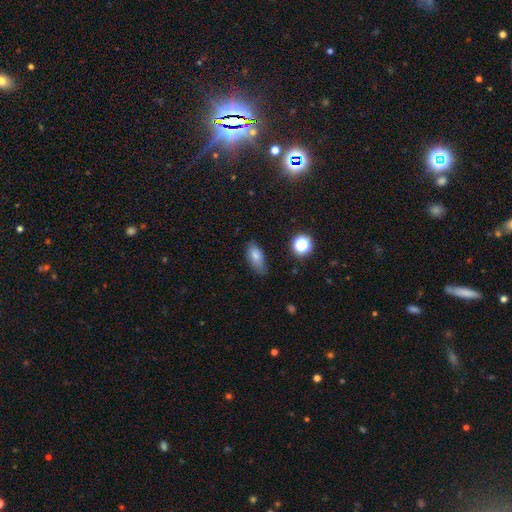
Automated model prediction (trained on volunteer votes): The model was most divided on "merging": none: 63%, minor disturbance: 29%, major disturbance: 6%, merger: 2%. More confident: how rounded — in between (85%); smooth or featured — smooth (80%).